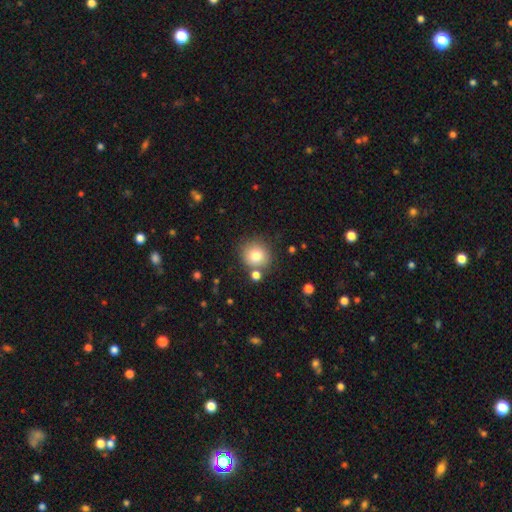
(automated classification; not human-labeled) This appears to be a smooth galaxy with no disk features (80%) that is round (89%). Merging: none (75%).